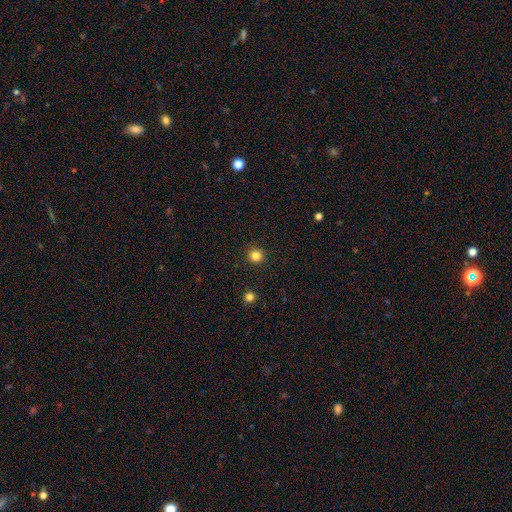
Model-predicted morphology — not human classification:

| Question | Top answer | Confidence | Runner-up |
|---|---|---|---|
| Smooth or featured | smooth | 83% | star or artifact (13%) |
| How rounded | round | 95% | in between (4%) |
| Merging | none | 93% | minor disturbance (5%) |